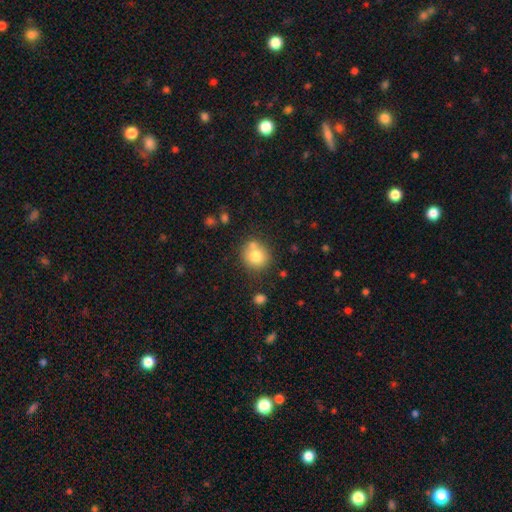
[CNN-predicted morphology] Smooth or featured?
  - smooth: 77% *
  - featured or disk: 12%
  - star or artifact: 10%
How rounded?
  - round: 88% *
  - in between: 12%
  - cigar-shaped: 1%
Merging?
  - none: 66% *
  - merger: 19%
  - minor disturbance: 12%
  - major disturbance: 4%